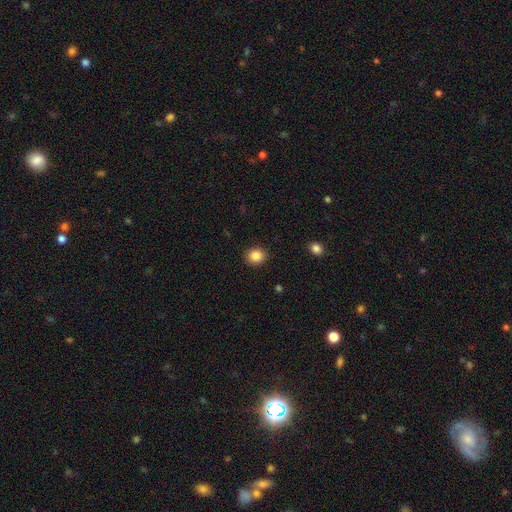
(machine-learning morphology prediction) The model was most divided on "how rounded": round: 74%, in between: 25%, cigar-shaped: 1%. More confident: merging — none (90%); smooth or featured — smooth (86%).